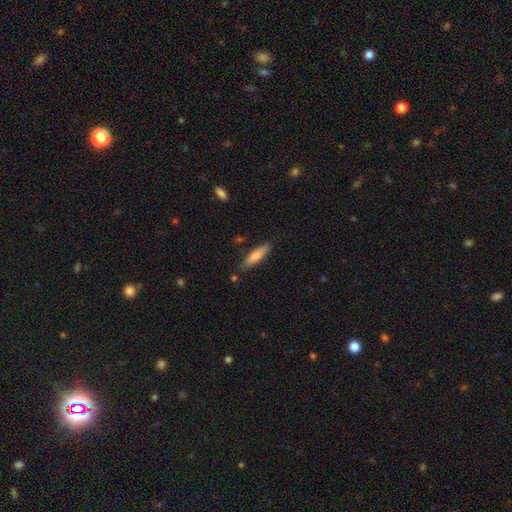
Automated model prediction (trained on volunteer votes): A smooth galaxy with no disk features (79%) that is cigar-shaped (71%).

Vote fractions:
- Smooth or featured? smooth: 79% / featured or disk: 15% / star or artifact: 6%
- How rounded? cigar-shaped: 71% / in between: 27% / round: 1%
- Merging? none: 83% / minor disturbance: 12% / merger: 2% / major disturbance: 2%